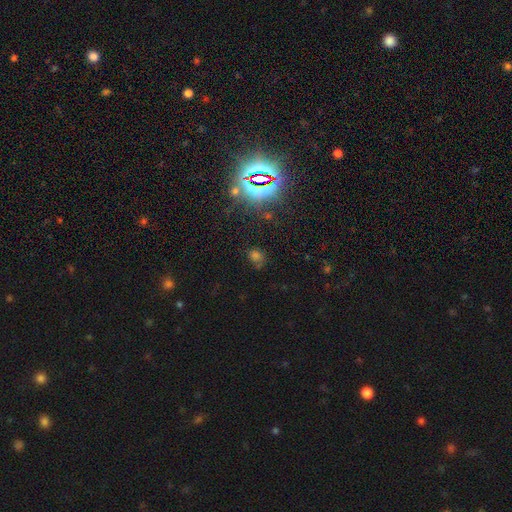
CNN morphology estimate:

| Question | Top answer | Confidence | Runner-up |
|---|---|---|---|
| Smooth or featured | star or artifact | 52% | smooth (39%) |